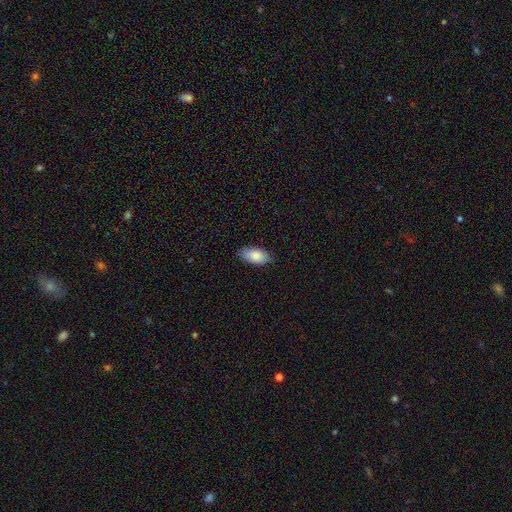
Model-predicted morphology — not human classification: Smooth or featured?
  - smooth: 87% *
  - featured or disk: 7%
  - star or artifact: 6%
How rounded?
  - in between: 93% *
  - cigar-shaped: 4%
  - round: 2%
Merging?
  - none: 85% *
  - minor disturbance: 12%
  - major disturbance: 2%
  - merger: 1%